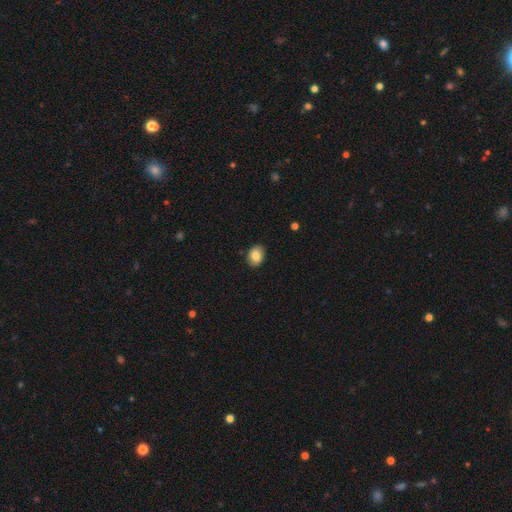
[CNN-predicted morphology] Overall: smooth (84%). How rounded: in between (70%). Merging: none (88%).